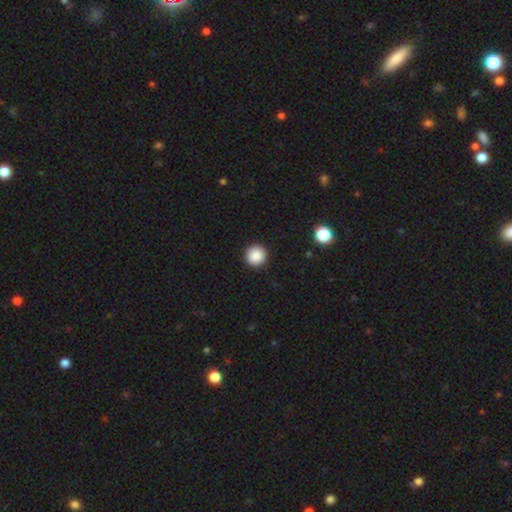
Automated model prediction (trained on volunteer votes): Smooth or featured? Predicted: smooth (p=0.88). How rounded? Predicted: round (p=0.96). Merging? Predicted: none (p=0.93).